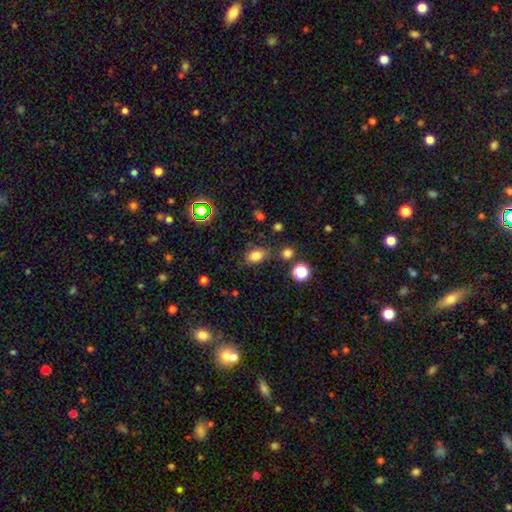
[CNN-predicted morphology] Smooth or featured: smooth — 79% (star or artifact — 13%)
How rounded: in between — 75% (round — 24%)
Merging: none — 72% (minor disturbance — 17%)